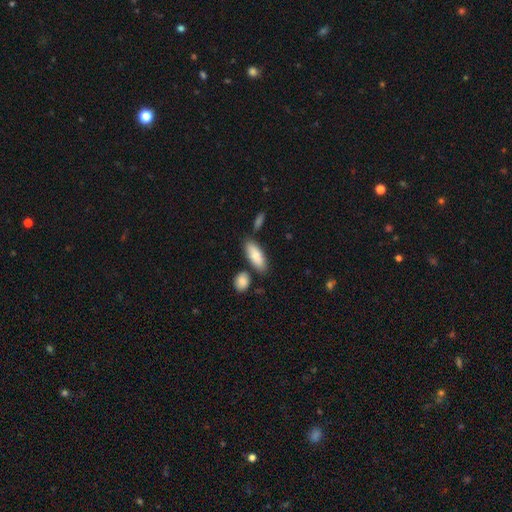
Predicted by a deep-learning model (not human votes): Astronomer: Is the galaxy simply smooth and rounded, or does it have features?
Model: smooth — 83%.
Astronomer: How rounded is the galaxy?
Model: in between — 74%.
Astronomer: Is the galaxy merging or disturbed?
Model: none — 76%.